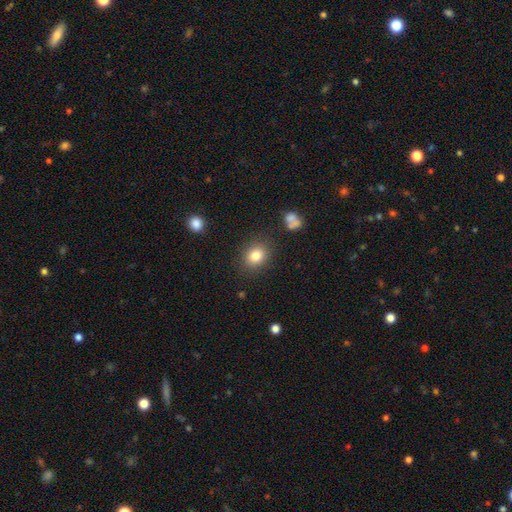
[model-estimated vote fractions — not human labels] Smooth or featured: smooth — 81% (star or artifact — 11%)
How rounded: round — 65% (in between — 34%)
Merging: none — 84% (minor disturbance — 10%)